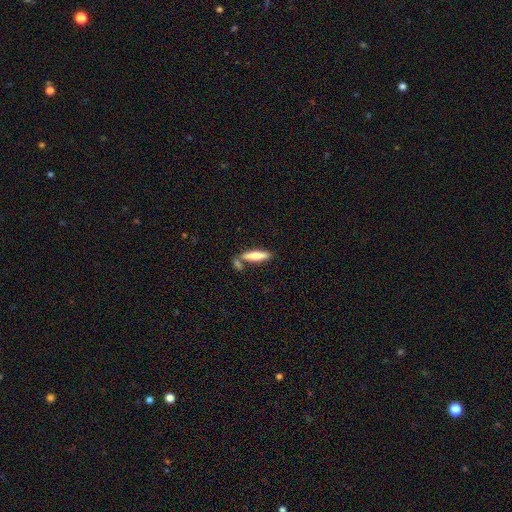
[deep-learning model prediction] The model was most divided on "smooth or featured": smooth: 67%, featured or disk: 28%, star or artifact: 6%. More confident: how rounded — cigar-shaped (71%); merging — none (67%).